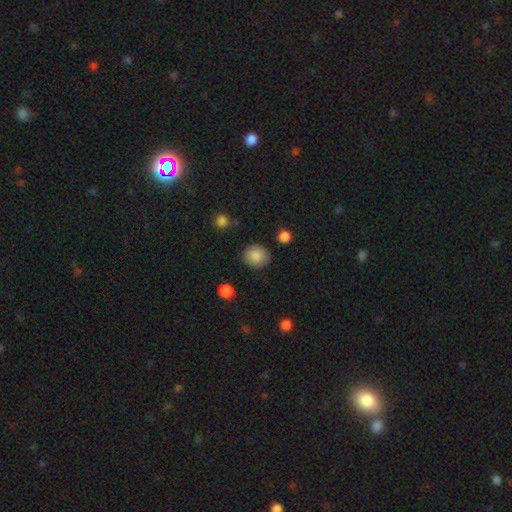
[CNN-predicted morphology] A smooth galaxy with no disk features (87%) that is round (83%). Merging: none (87%).